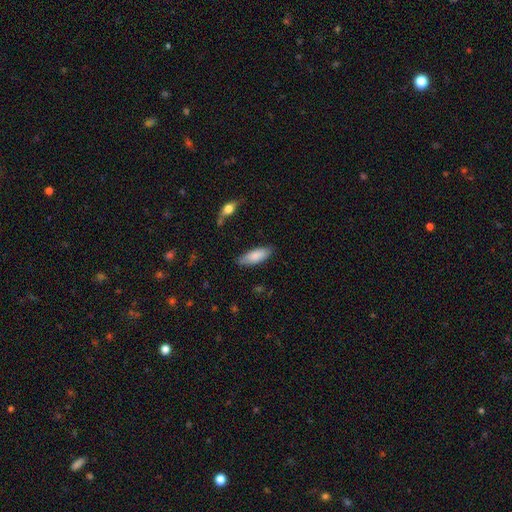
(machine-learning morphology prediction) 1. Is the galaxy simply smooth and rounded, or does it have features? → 83% smooth, 12% featured or disk, 6% star or artifact.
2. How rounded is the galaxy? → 70% in between, 29% cigar-shaped, 2% round.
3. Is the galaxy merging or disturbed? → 82% none, 14% minor disturbance, 2% major disturbance, 2% merger.